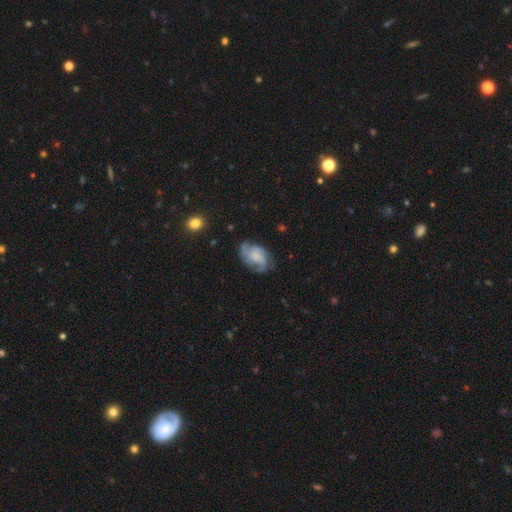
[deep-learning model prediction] Morphology: type=featured or disk (72%); edge-on=no (98%); bar=no (67%); spiral arms=yes (92%); winding=medium (46%); arm count=3 (33%); bulge=none (36%); merging=none (64%).